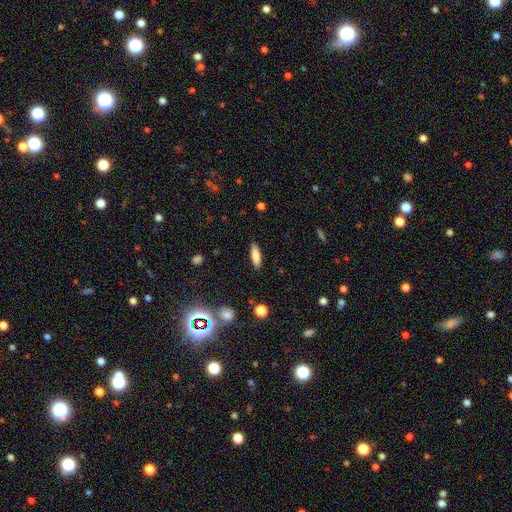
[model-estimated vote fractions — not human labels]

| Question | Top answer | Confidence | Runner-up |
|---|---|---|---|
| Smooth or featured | smooth | 80% | featured or disk (12%) |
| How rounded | cigar-shaped | 61% | in between (38%) |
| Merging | none | 88% | minor disturbance (8%) |